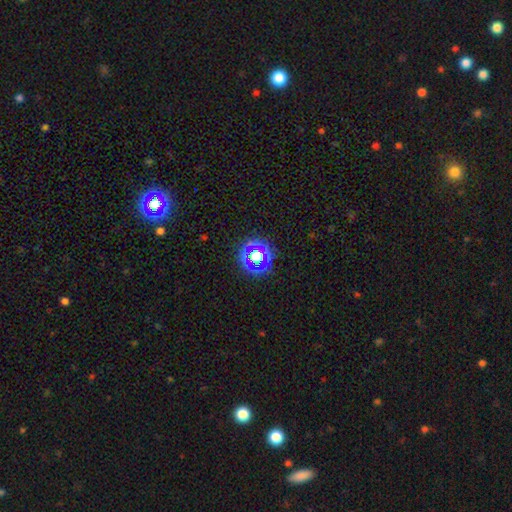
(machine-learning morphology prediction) star or artifact 57%, smooth 29%, featured or disk 14%.